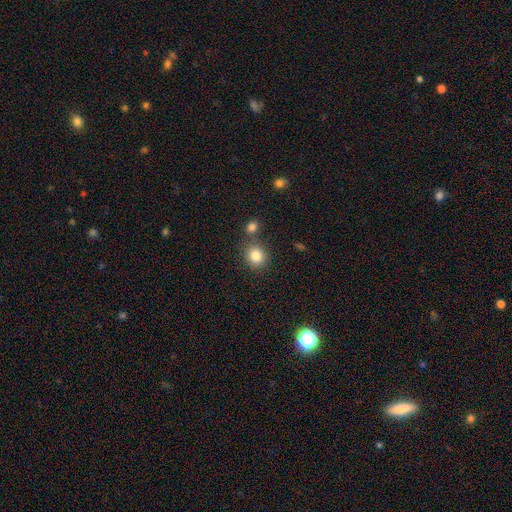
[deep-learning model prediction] smooth-or-featured: smooth: 83% | star or artifact: 10% | featured or disk: 6%
  how-rounded: round: 76% | in between: 23% | cigar-shaped: 1%
  merging: none: 71% | merger: 16% | minor disturbance: 10% | major disturbance: 3%